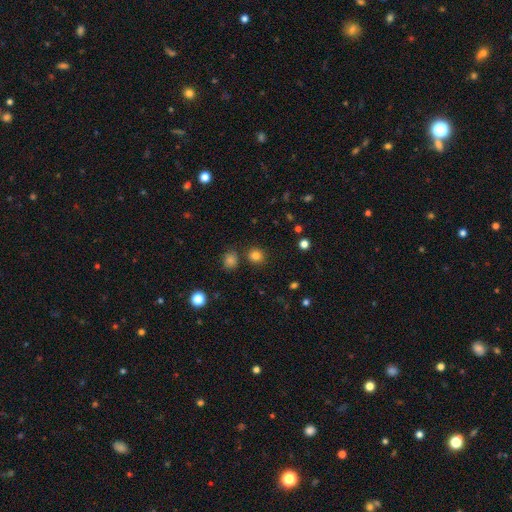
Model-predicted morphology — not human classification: Smooth or featured: smooth — 81% (star or artifact — 14%)
How rounded: round — 89% (in between — 10%)
Merging: none — 85% (minor disturbance — 7%)